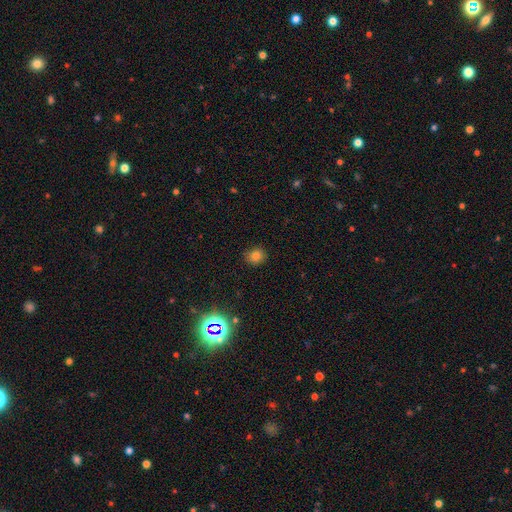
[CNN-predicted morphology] smooth-or-featured: smooth: 79% | star or artifact: 15% | featured or disk: 6%
  how-rounded: round: 76% | in between: 23% | cigar-shaped: 1%
  merging: none: 87% | minor disturbance: 9% | major disturbance: 2% | merger: 1%